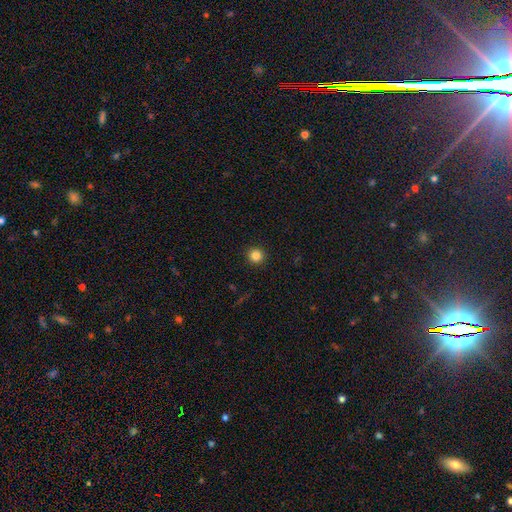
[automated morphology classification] type=smooth (84%); roundness=round (95%); merging=none (93%).